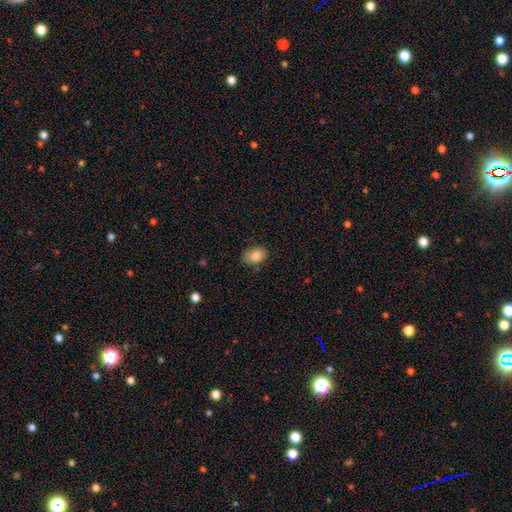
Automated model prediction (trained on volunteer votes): Overall: smooth (85%). How rounded: in between (85%). Merging: none (81%).